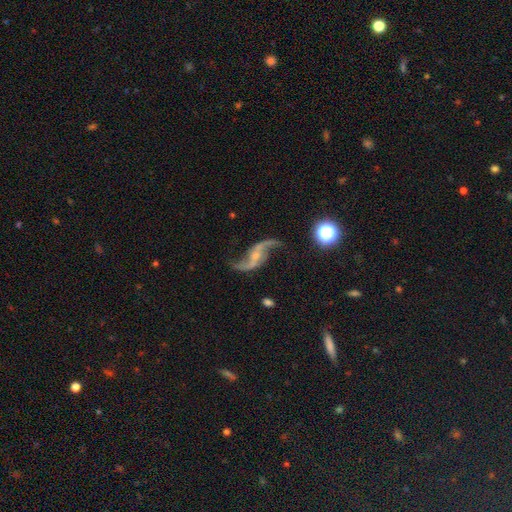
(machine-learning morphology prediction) This appears to be a featured or disk galaxy (91%) with no bar (51%), 2 (94%) loose (92%) spiral arms (97%) and a small central bulge (65%). Merging: none (75%).